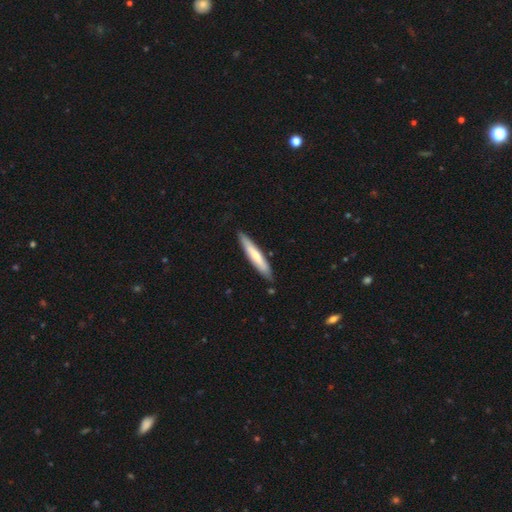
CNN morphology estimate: smooth 59%, featured or disk 36%, star or artifact 5%. Down the decision tree: how rounded — cigar-shaped (89%); merging — none (85%).